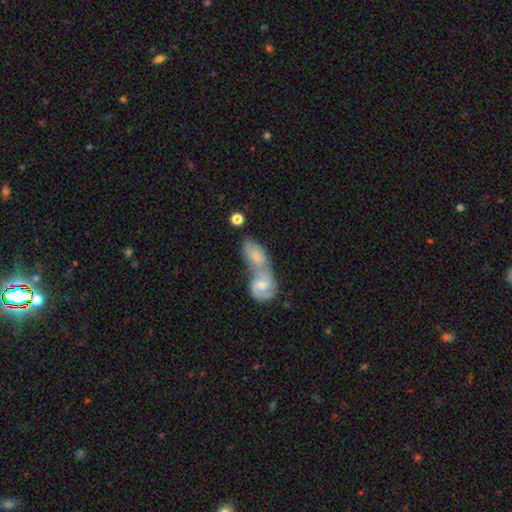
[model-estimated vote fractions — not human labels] Morphology: type=smooth (53%); roundness=in between (84%); merging=merger (74%).